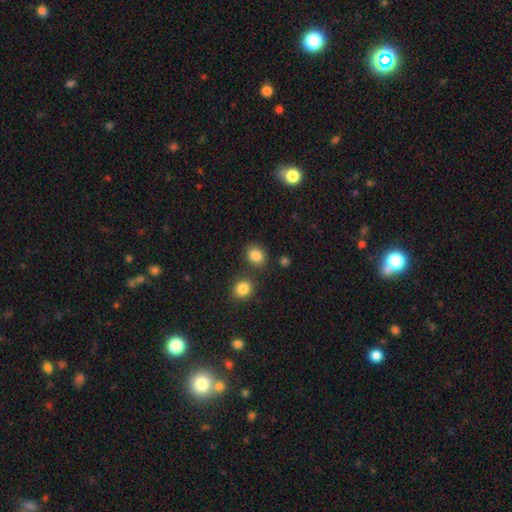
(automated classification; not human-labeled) The model was most divided on "how rounded": round: 63%, in between: 36%, cigar-shaped: 1%. More confident: smooth or featured — smooth (84%); merging — none (76%).